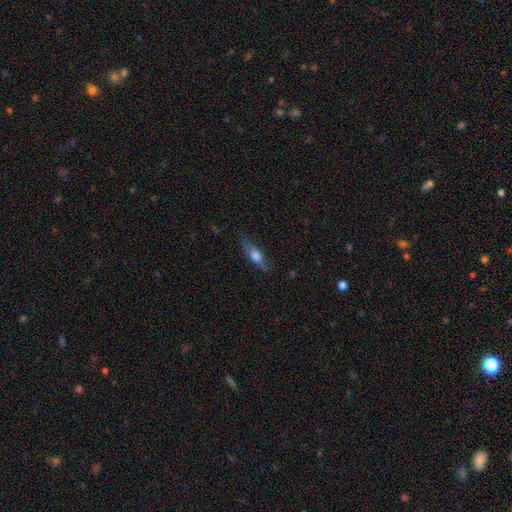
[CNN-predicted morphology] Overall: smooth (52%; featured or disk 41%). How rounded: cigar-shaped (58%; in between 38%). Merging: none (75%).